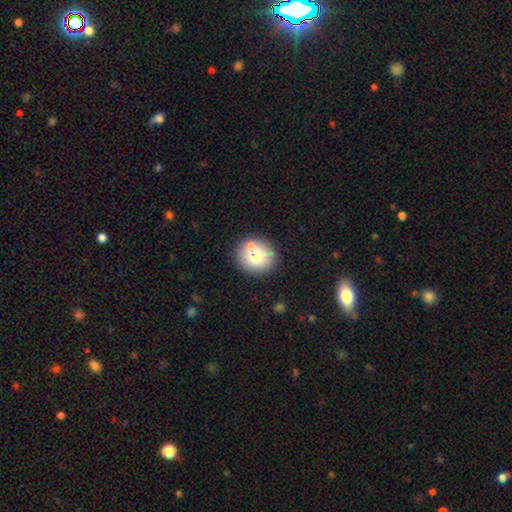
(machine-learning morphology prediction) This is likely a smooth galaxy (70%). How rounded: clearly round (85%). Merging: likely none (73%).